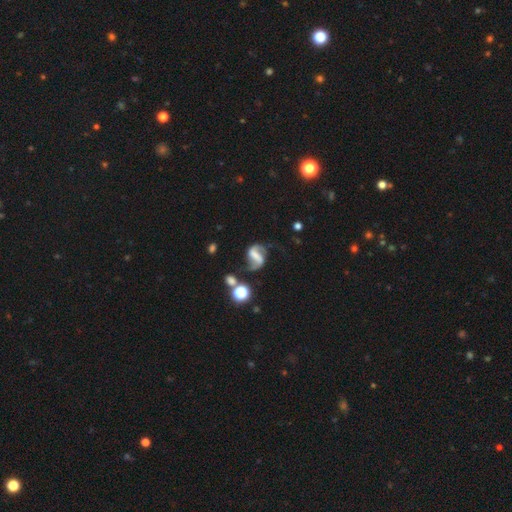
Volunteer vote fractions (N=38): A featured or disk galaxy (87%) with a strong bar (65%), 2 (93%) medium (55%) spiral arms (94%) and no central bulge (61%).

Vote fractions:
- Smooth or featured? featured or disk: 87% / smooth: 11% / star or artifact: 3%
- Edge-on disk? no: 94% / yes: 6%
- Bar? strong: 65% / weak: 26% / no: 10%
- Spiral arms? yes: 94% / no: 6%
- Spiral winding? medium: 55% / loose: 45% / tight: 0%
- Spiral arm count? 2: 93% / 1: 3% / can't tell: 3% / 3: 0% / 4: 0% / more than 4: 0%
- Bulge size? none: 61% / small: 16% / large: 10% / moderate: 10% / dominant: 3%
- Merging? none: 57% / minor disturbance: 22% / major disturbance: 16% / merger: 5%